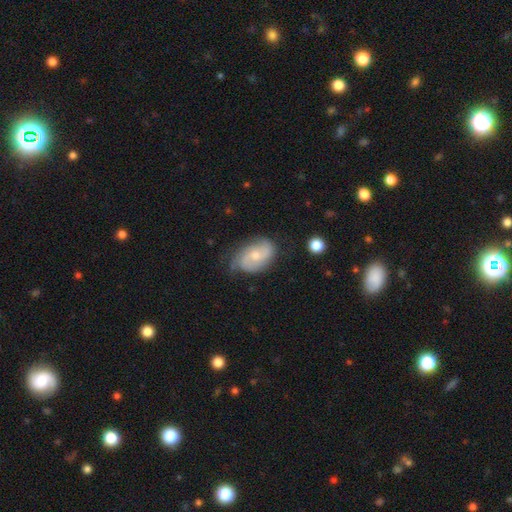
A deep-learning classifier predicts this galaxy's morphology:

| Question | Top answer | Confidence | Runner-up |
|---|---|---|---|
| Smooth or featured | featured or disk | 62% | smooth (31%) |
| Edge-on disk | no | 96% | yes (4%) |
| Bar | no | 59% | weak (35%) |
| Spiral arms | yes | 89% | no (11%) |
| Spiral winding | medium | 43% | loose (28%) |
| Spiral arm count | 2 | 69% | can't tell (17%) |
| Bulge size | moderate | 51% | small (43%) |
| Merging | none | 62% | minor disturbance (28%) |